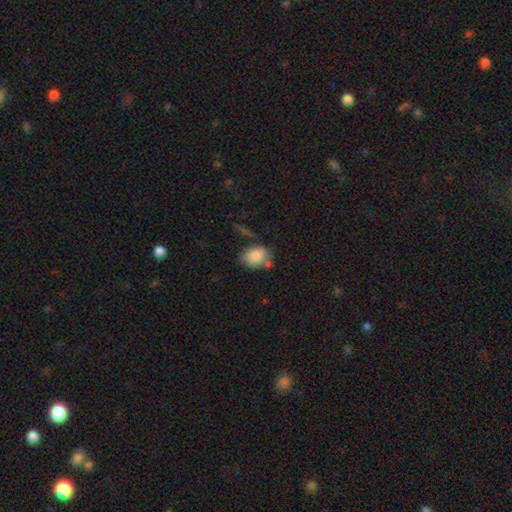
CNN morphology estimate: smooth_or_featured: smooth (p=0.83) [alt: featured or disk p=0.10]
how_rounded: in between (p=0.70) [alt: round p=0.28]
merging: none (p=0.59) [alt: minor disturbance p=0.22]